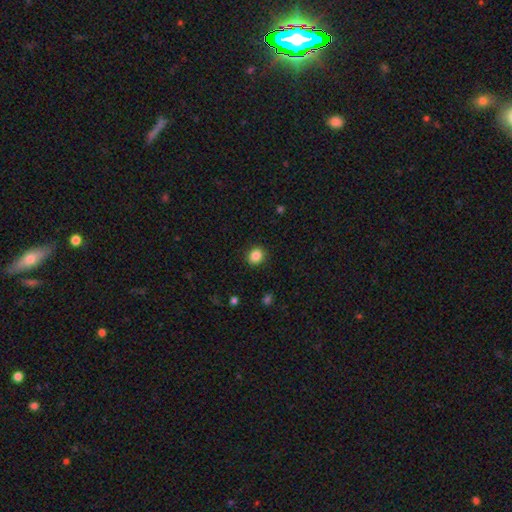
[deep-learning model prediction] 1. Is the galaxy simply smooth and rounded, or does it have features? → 86% smooth, 10% star or artifact, 4% featured or disk.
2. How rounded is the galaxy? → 74% round, 25% in between, 1% cigar-shaped.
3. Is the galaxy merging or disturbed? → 90% none, 6% minor disturbance, 2% major disturbance, 1% merger.